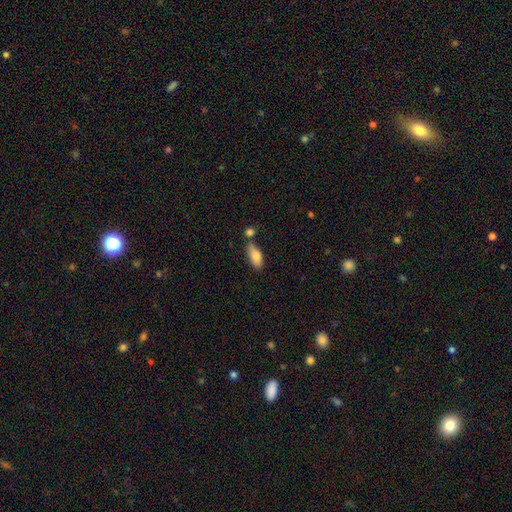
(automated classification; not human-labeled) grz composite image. It shows a smooth galaxy with no disk features (82%) that is in between round and cigar-shaped (87%). Merging: none (63%).